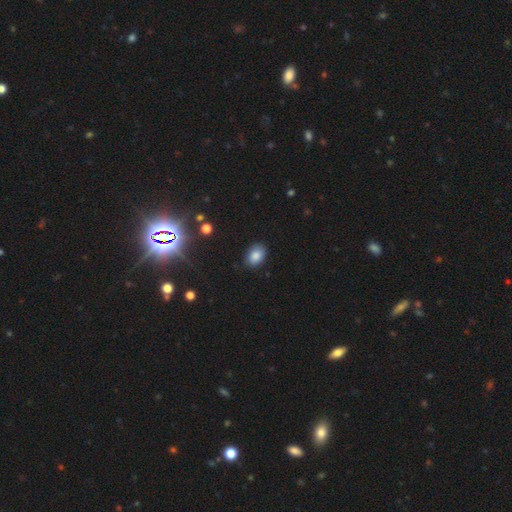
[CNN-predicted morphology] This is clearly a smooth galaxy (84%). How rounded: clearly in between (80%). Merging: clearly none (82%).